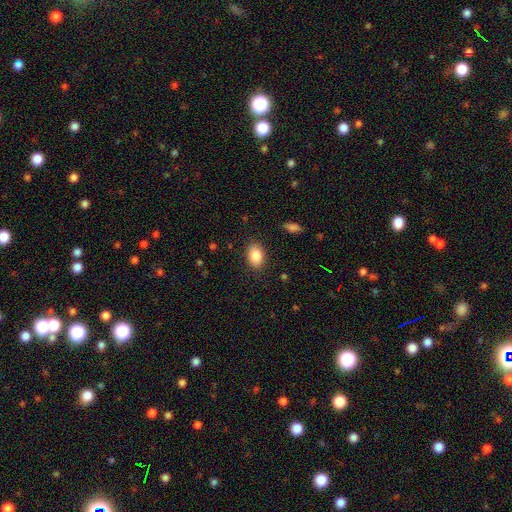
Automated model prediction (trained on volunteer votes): smooth-or-featured: smooth: 86% | star or artifact: 8% | featured or disk: 6%
  how-rounded: in between: 86% | round: 12% | cigar-shaped: 1%
  merging: none: 85% | minor disturbance: 11% | major disturbance: 3% | merger: 1%